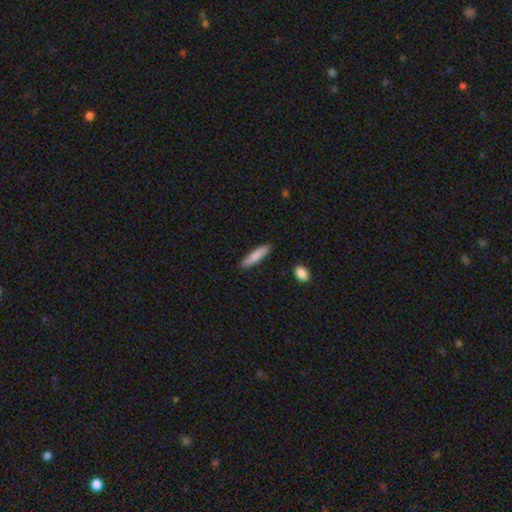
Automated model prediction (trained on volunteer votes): smooth_or_featured: smooth (p=0.81) [alt: featured or disk p=0.13]
how_rounded: cigar-shaped (p=0.86) [alt: in between p=0.13]
merging: none (p=0.89) [alt: minor disturbance p=0.08]